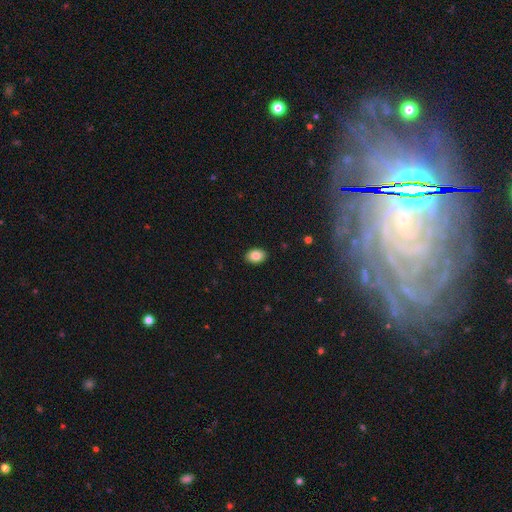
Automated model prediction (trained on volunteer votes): The model was most divided on "how rounded": in between: 81%, round: 18%, cigar-shaped: 1%. More confident: merging — none (90%); smooth or featured — smooth (84%).